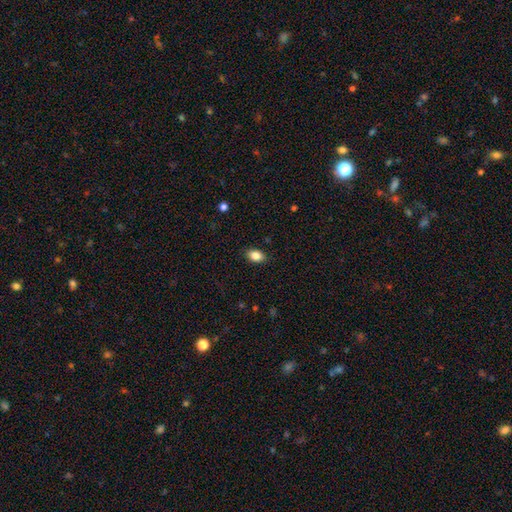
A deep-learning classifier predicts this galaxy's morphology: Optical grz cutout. It shows a smooth galaxy with no disk features (85%) that is in between round and cigar-shaped (85%). Merging: none (88%).